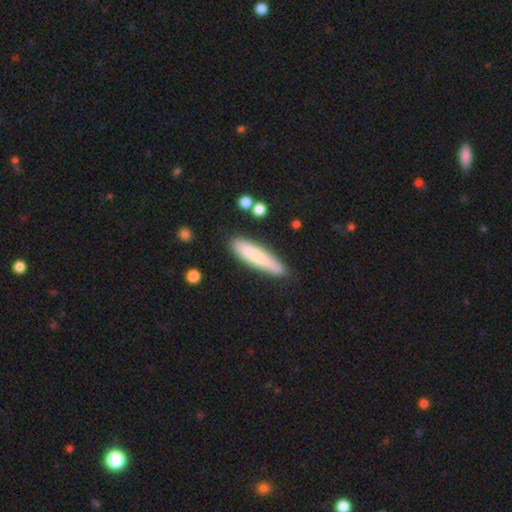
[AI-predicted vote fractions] Smooth or featured: smooth — 72% (featured or disk — 22%)
How rounded: cigar-shaped — 83% (in between — 15%)
Merging: none — 82% (minor disturbance — 13%)